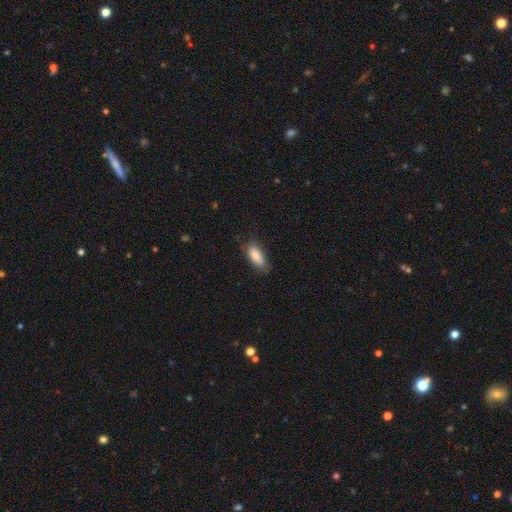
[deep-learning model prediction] smooth_or_featured: smooth (p=0.84) [alt: featured or disk p=0.09]
how_rounded: in between (p=0.73) [alt: cigar-shaped p=0.25]
merging: none (p=0.72) [alt: minor disturbance p=0.22]